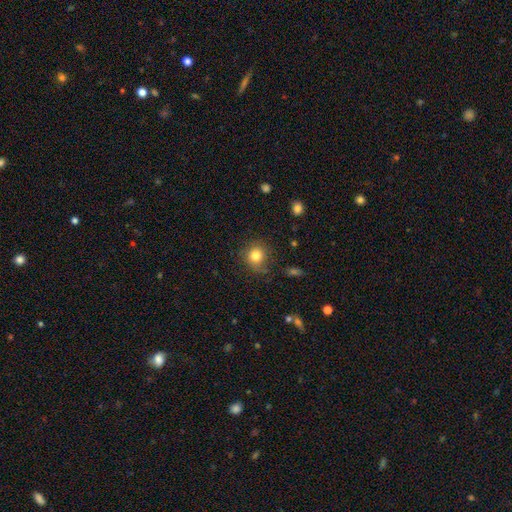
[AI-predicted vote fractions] A smooth galaxy with no disk features (80%) that is round (86%).

Vote fractions:
- Smooth or featured? smooth: 80% / star or artifact: 11% / featured or disk: 8%
- How rounded? round: 86% / in between: 13% / cigar-shaped: 1%
- Merging? none: 74% / minor disturbance: 18% / major disturbance: 6% / merger: 2%